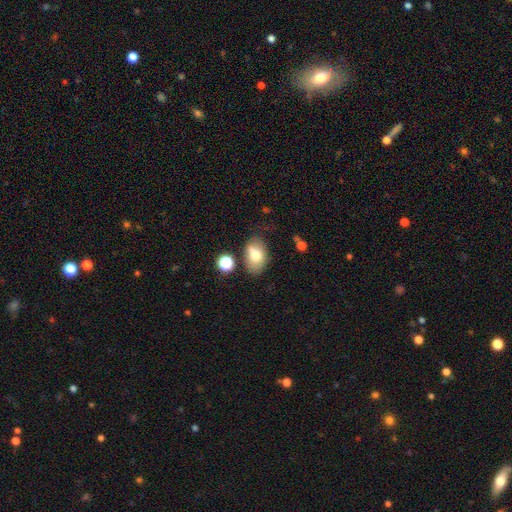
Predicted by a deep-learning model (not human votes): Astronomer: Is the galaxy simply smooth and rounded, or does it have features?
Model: smooth — 72%.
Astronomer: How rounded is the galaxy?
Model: in between — 86%.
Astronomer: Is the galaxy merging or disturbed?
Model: none — 57%.